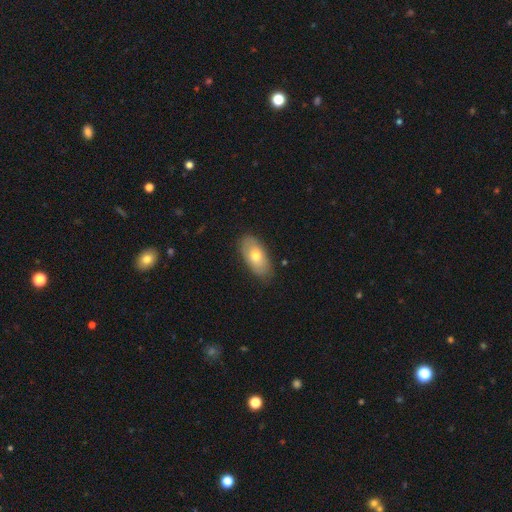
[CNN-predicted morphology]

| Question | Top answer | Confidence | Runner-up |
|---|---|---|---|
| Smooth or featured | smooth | 66% | featured or disk (27%) |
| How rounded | in between | 92% | round (4%) |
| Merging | none | 81% | minor disturbance (15%) |